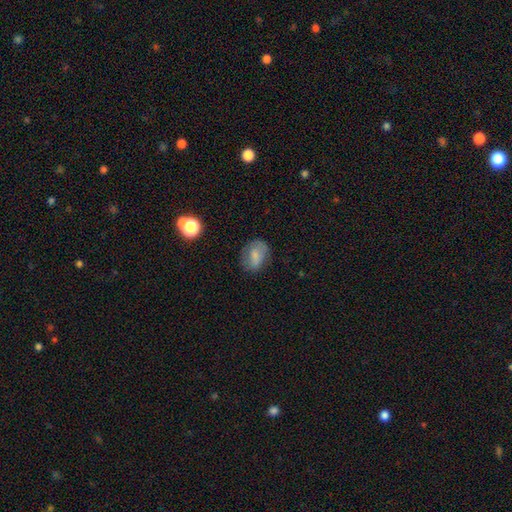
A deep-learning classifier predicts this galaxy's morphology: smooth-or-featured: smooth: 72% | featured or disk: 18% | star or artifact: 10%
  how-rounded: in between: 66% | round: 32% | cigar-shaped: 2%
  merging: none: 68% | minor disturbance: 22% | major disturbance: 9% | merger: 2%